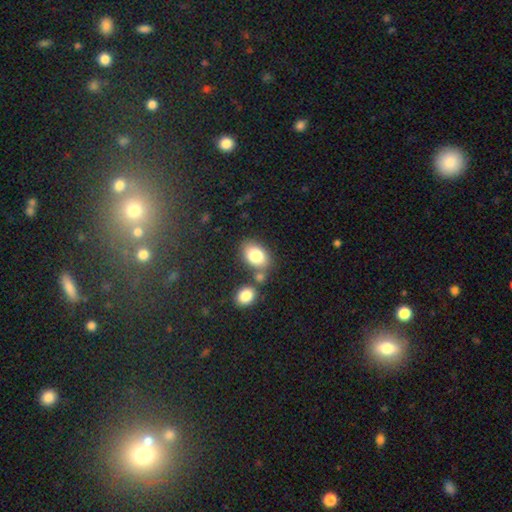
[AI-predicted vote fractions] A smooth galaxy with no disk features (82%) that is in between round and cigar-shaped (83%). Merging: none (62%).